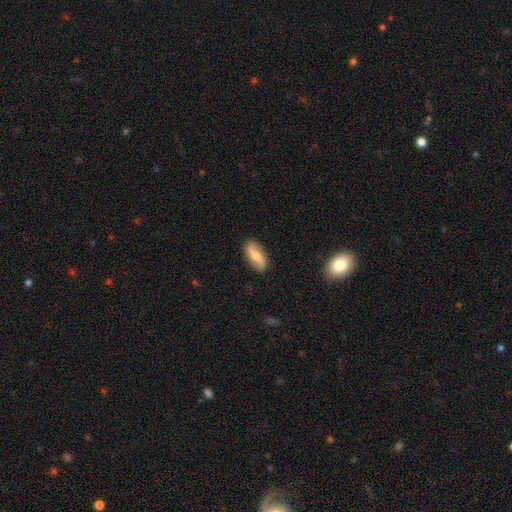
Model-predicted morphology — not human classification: Smooth or featured?
  - smooth: 49% *
  - featured or disk: 45%
  - star or artifact: 6%
Merging?
  - none: 85% *
  - minor disturbance: 11%
  - major disturbance: 2%
  - merger: 1%